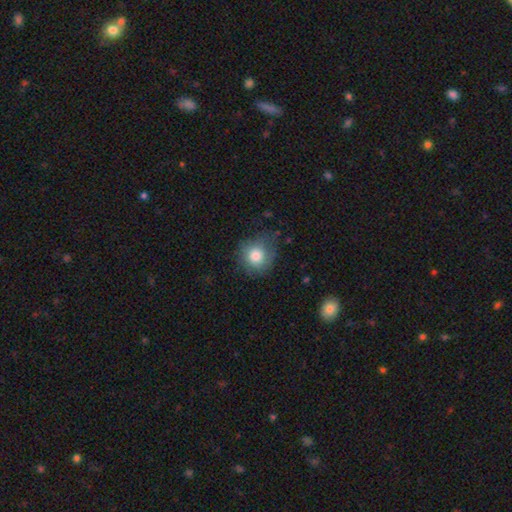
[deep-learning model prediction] Overall: smooth (80%). How rounded: round (84%). Merging: none (64%; minor disturbance 25%).